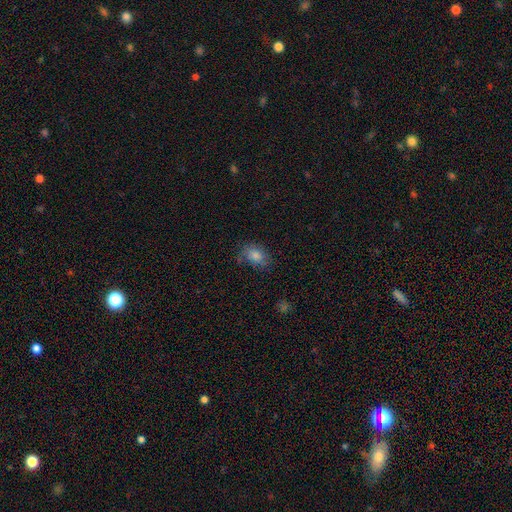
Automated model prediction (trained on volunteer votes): Smooth or featured? smooth (81%)
How rounded? in between (77%)
Merging? none (70%)